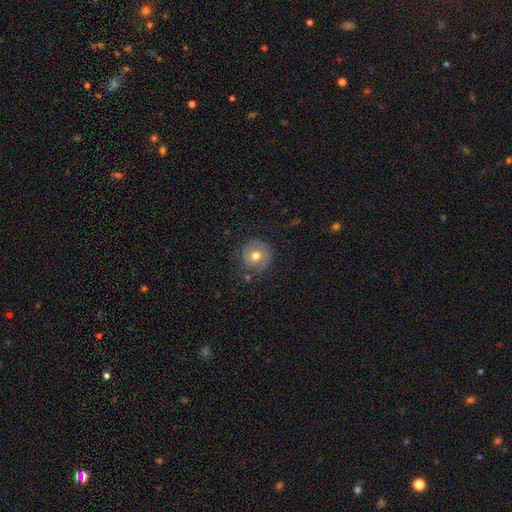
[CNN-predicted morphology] A smooth galaxy with no disk features (67%) that is round (92%). Merging: none (76%).